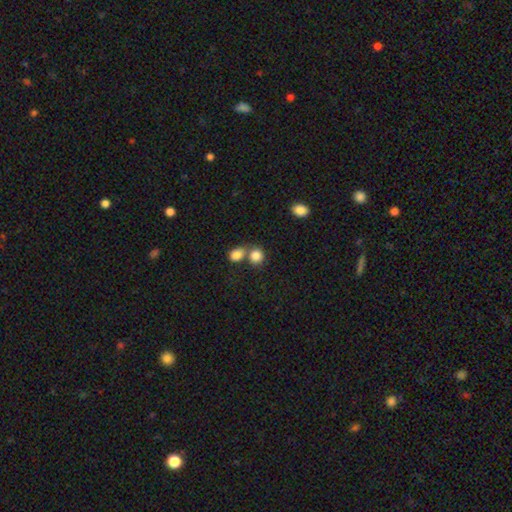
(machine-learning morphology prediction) This is clearly a smooth galaxy (84%). How rounded: likely round (74%). Merging: marginally none (45%).